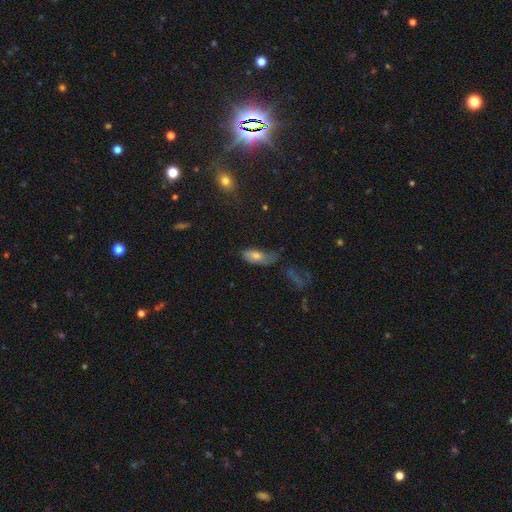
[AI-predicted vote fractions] Q: Smooth or featured?
A: smooth (65%); runner-up: featured or disk (24%)
Q: How rounded?
A: in between (81%); runner-up: cigar-shaped (16%)
Q: Merging?
A: none (38%); runner-up: minor disturbance (35%)